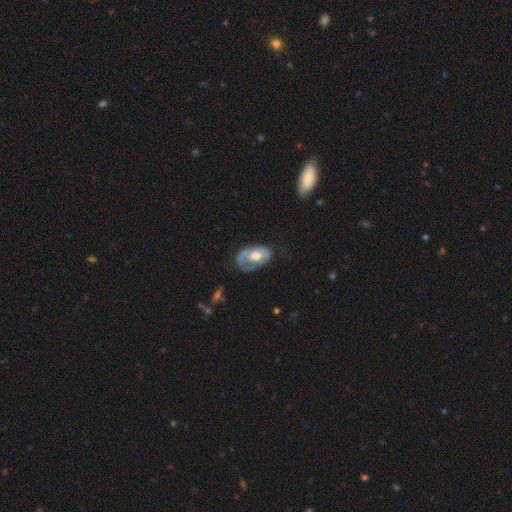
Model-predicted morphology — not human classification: Smooth or featured? featured or disk (55%)
Edge-on disk? no (94%)
Bar? no (80%)
Spiral arms? no (55%)
Bulge size? moderate (61%)
Merging? none (41%)